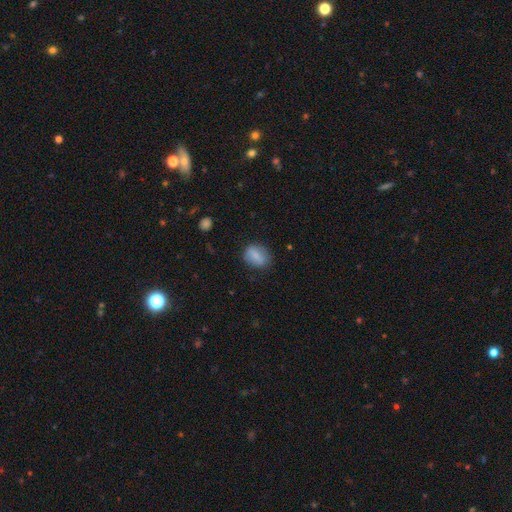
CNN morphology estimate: The model was most divided on "how rounded": in between: 71%, round: 26%, cigar-shaped: 3%. More confident: smooth or featured — smooth (80%); merging — none (78%).